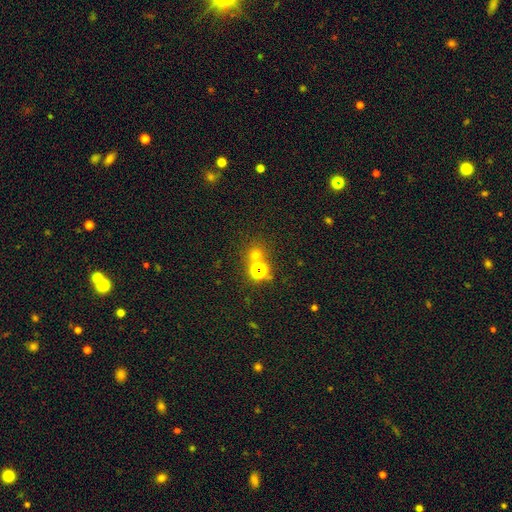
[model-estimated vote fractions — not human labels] This is possibly a smooth galaxy (52%). How rounded: clearly round (88%). Merging: likely none (68%).